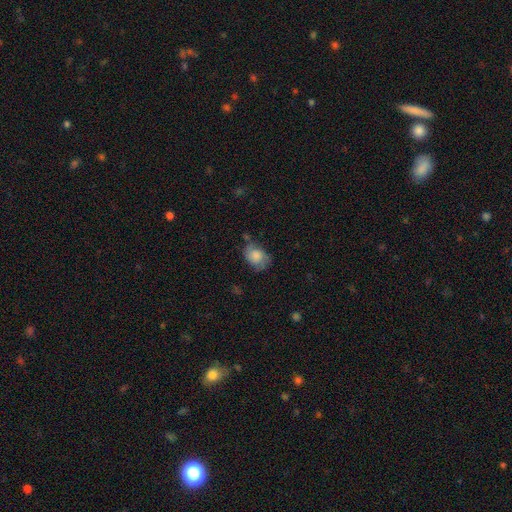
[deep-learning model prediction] smooth_or_featured: smooth (p=0.75) [alt: featured or disk p=0.17]
how_rounded: in between (p=0.69) [alt: round p=0.29]
merging: none (p=0.51) [alt: minor disturbance p=0.32]